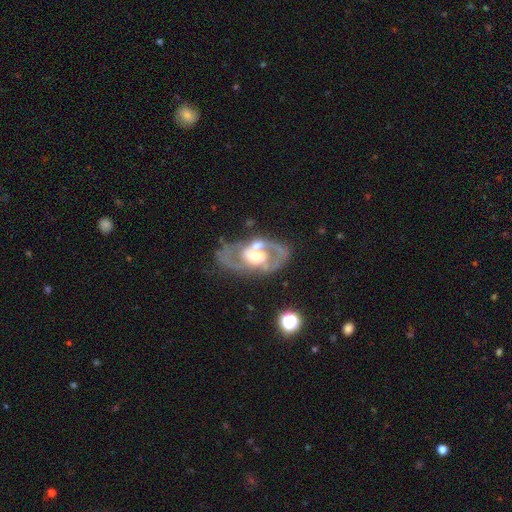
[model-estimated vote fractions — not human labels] Smooth or featured: featured or disk — 85% (smooth — 10%)
Edge-on disk: no — 96% (yes — 4%)
Bar: no — 48% (weak — 36%)
Spiral arms: yes — 88% (no — 12%)
Spiral winding: medium — 51% (tight — 31%)
Spiral arm count: 2 — 79% (can't tell — 8%)
Bulge size: moderate — 65% (large — 20%)
Merging: none — 59% (minor disturbance — 19%)